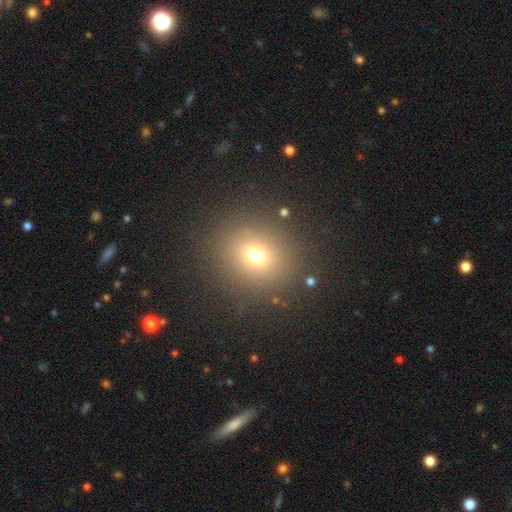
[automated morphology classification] Smooth or featured?
  - smooth: 70% *
  - star or artifact: 20%
  - featured or disk: 10%
How rounded?
  - round: 80% *
  - in between: 19%
  - cigar-shaped: 1%
Merging?
  - none: 87% *
  - minor disturbance: 7%
  - major disturbance: 4%
  - merger: 2%